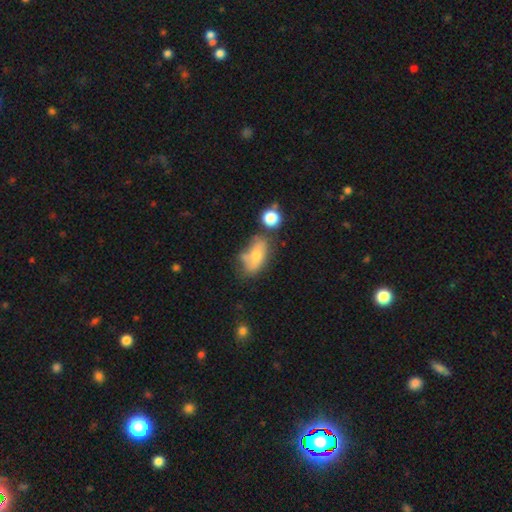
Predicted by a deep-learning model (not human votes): Smooth or featured? smooth (58%)
How rounded? in between (86%)
Merging? none (43%)